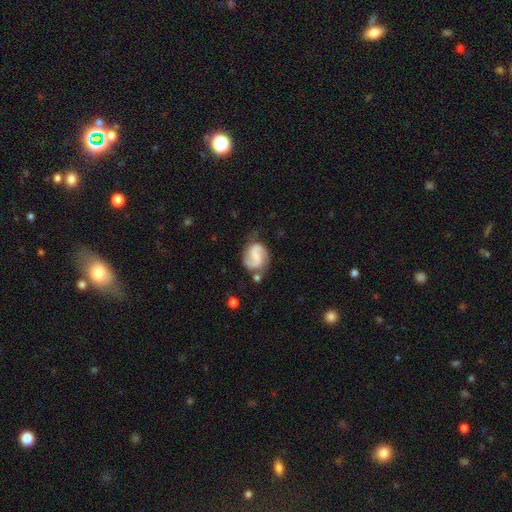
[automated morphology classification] type=featured or disk (80%); edge-on=no (98%); bar=weak (42%); spiral arms=yes (96%); winding=medium (50%); arm count=2 (91%); bulge=none (53%); merging=none (68%).